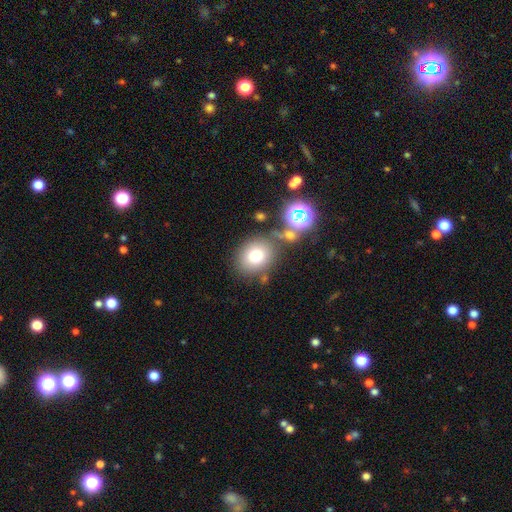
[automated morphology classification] Smooth or featured? smooth (77%)
How rounded? round (59%)
Merging? none (71%)